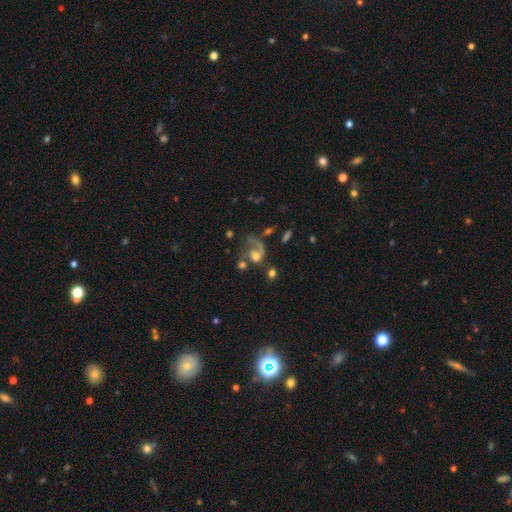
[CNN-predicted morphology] Smooth or featured? Predicted: featured or disk (p=0.47). Merging? Predicted: major disturbance (p=0.37).